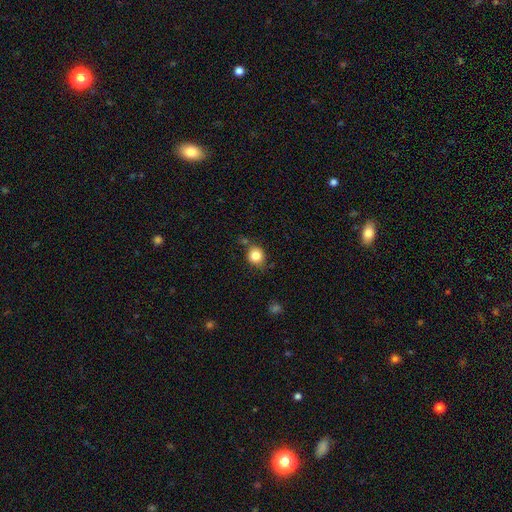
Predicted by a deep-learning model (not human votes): smooth_or_featured: smooth (p=0.82) [alt: star or artifact p=0.11]
how_rounded: round (p=0.79) [alt: in between p=0.20]
merging: none (p=0.71) [alt: minor disturbance p=0.18]